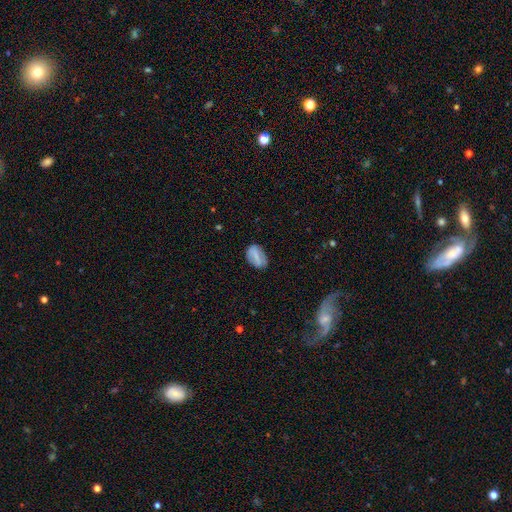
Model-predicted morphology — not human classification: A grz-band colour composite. It shows a smooth galaxy with no disk features (61%) that is in between round and cigar-shaped (86%). Merging: none (74%).